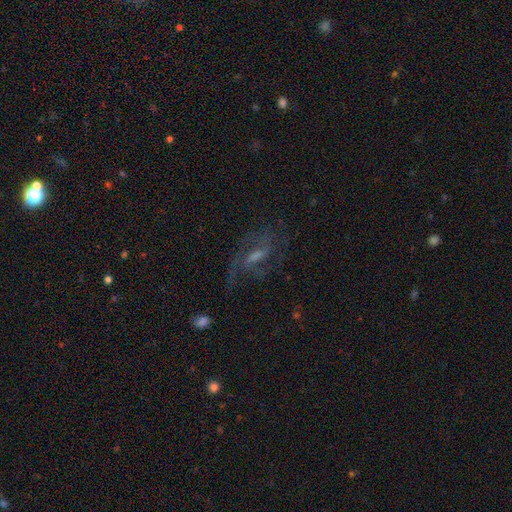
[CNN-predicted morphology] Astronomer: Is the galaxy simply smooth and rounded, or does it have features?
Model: featured or disk — 73%.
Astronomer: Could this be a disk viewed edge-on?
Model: no — 93%.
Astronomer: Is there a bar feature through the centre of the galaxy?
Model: weak — 51%.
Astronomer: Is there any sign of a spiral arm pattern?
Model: yes — 90%.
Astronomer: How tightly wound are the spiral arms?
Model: medium — 47% (runner-up: loose, 35%).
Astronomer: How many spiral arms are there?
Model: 2 — 56%.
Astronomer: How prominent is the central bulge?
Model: moderate — 36% (runner-up: small, 30%).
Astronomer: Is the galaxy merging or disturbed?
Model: none — 59%.